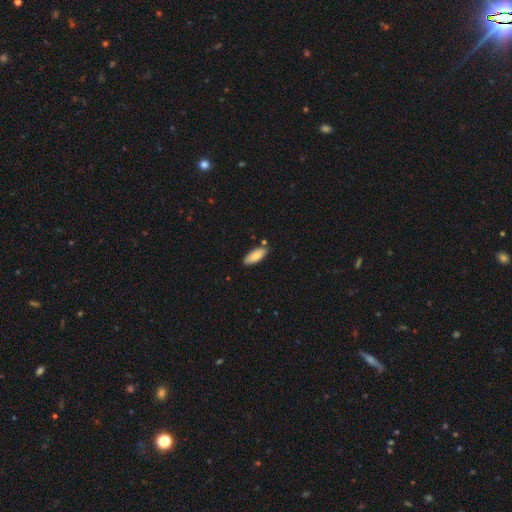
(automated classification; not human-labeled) A smooth galaxy with no disk features (85%) that is in between round and cigar-shaped (75%).

Vote fractions:
- Smooth or featured? smooth: 85% / featured or disk: 9% / star or artifact: 6%
- How rounded? in between: 75% / cigar-shaped: 24% / round: 2%
- Merging? none: 81% / minor disturbance: 13% / merger: 4% / major disturbance: 2%